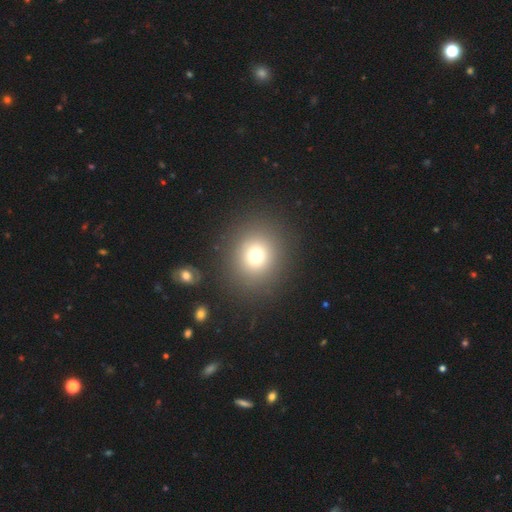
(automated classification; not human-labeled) Smooth or featured? Predicted: smooth (p=0.72). How rounded? Predicted: round (p=0.85). Merging? Predicted: none (p=0.86).